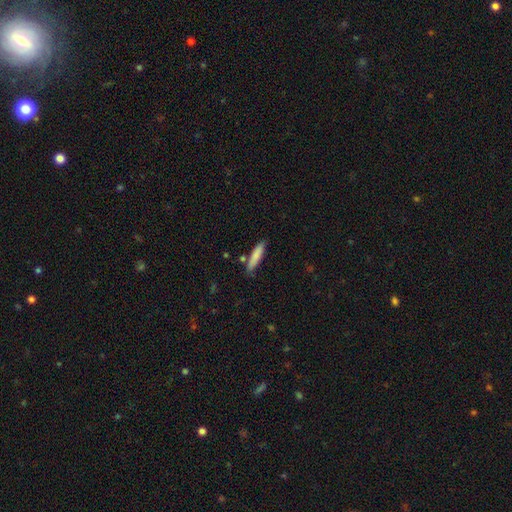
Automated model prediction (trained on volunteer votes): smooth-or-featured: smooth: 82% | featured or disk: 12% | star or artifact: 6%
  how-rounded: cigar-shaped: 81% | in between: 18% | round: 1%
  merging: none: 80% | minor disturbance: 13% | merger: 5% | major disturbance: 2%